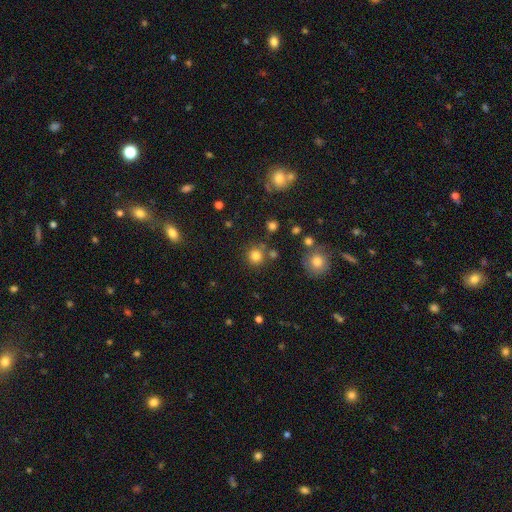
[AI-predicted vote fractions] A smooth galaxy with no disk features (80%) that is round (93%). Merging: none (81%).